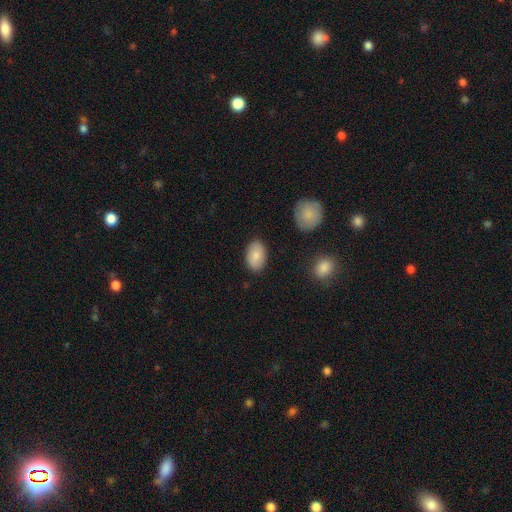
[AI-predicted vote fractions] This is clearly a smooth galaxy (83%). How rounded: clearly in between (91%). Merging: clearly none (86%).